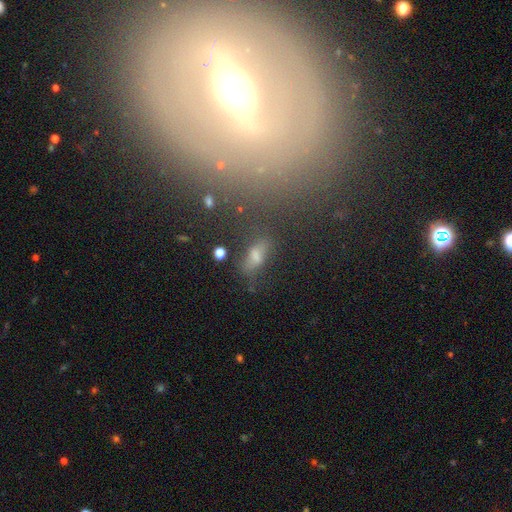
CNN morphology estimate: This is likely a smooth galaxy (61%). How rounded: likely in between (69%). Merging: possibly none (49%).